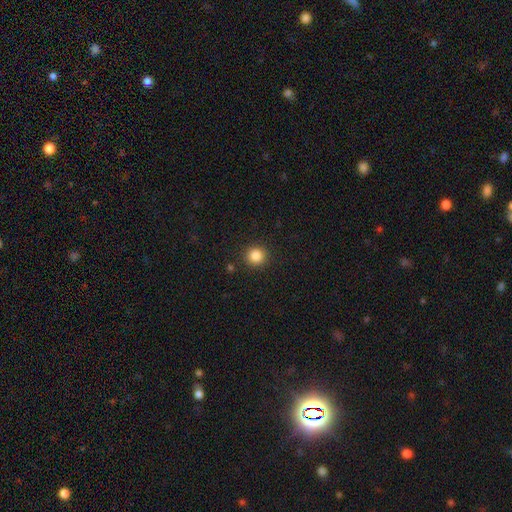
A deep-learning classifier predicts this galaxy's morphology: This is clearly a smooth galaxy (85%). How rounded: clearly round (93%). Merging: clearly none (91%).